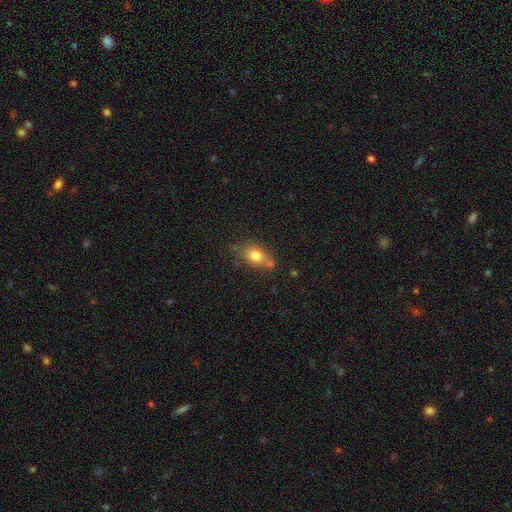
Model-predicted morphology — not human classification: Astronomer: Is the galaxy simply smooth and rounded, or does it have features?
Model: smooth — 79%.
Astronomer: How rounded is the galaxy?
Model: in between — 69%.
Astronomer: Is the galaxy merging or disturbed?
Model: none — 57%.